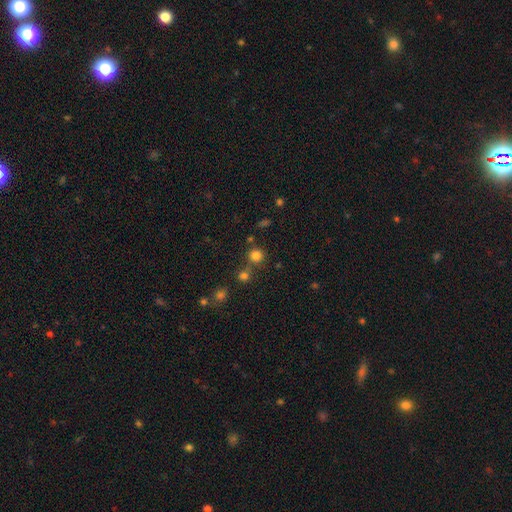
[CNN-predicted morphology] smooth-or-featured: smooth: 78% | star or artifact: 17% | featured or disk: 5%
  how-rounded: round: 90% | in between: 9% | cigar-shaped: 1%
  merging: none: 72% | merger: 17% | minor disturbance: 8% | major disturbance: 3%